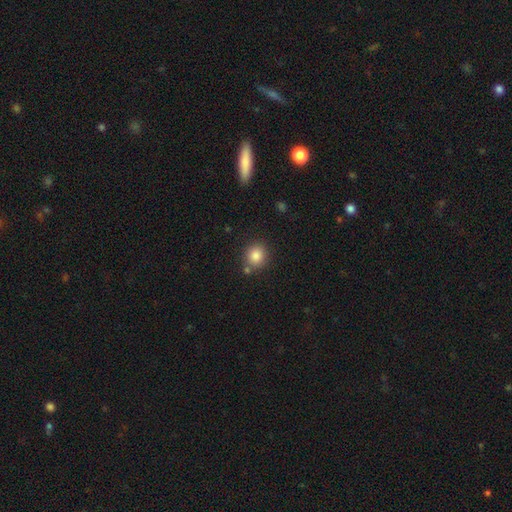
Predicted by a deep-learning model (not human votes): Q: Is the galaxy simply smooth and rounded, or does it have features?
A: smooth — 84%.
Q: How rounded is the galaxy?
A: round — 84%.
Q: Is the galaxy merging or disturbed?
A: none — 79%.